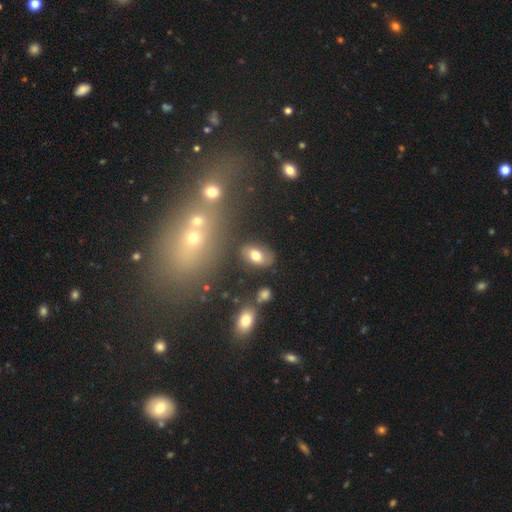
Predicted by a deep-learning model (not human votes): This is likely a smooth galaxy (73%). How rounded: clearly in between (85%). Merging: likely none (79%).